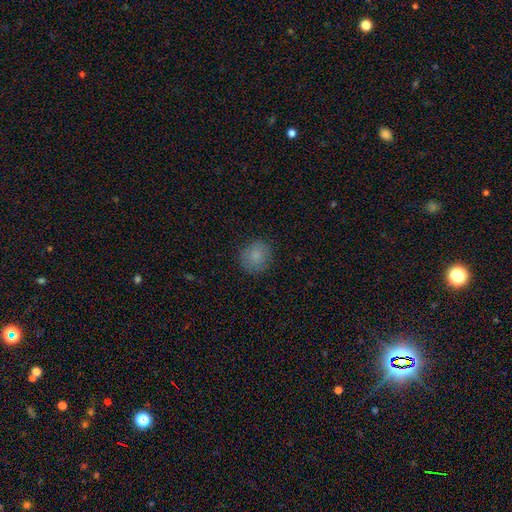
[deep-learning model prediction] smooth 84%, star or artifact 10%, featured or disk 7%. Down the decision tree: how rounded — round (86%); merging — none (85%).